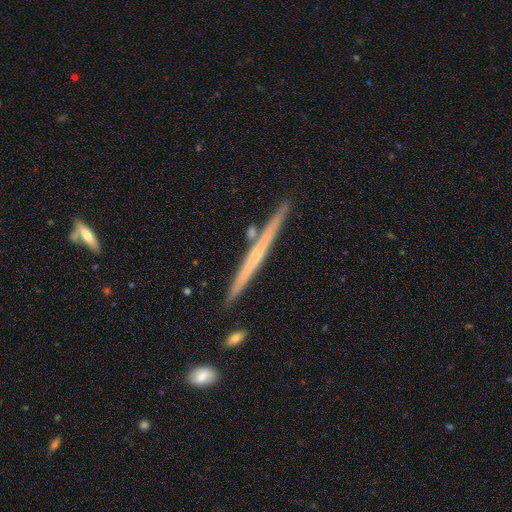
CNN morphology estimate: The model was most divided on "smooth or featured": featured or disk: 65%, smooth: 29%, star or artifact: 6%. More confident: edge-on disk — yes (98%); merging — none (87%); edge-on bulge — none (72%).